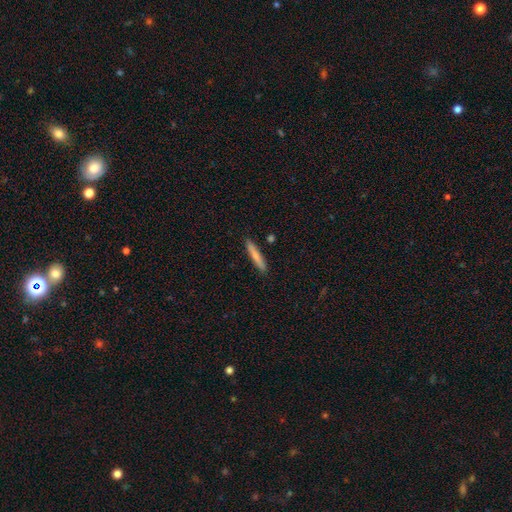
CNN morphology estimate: type=smooth (72%); roundness=cigar-shaped (93%); merging=none (90%).